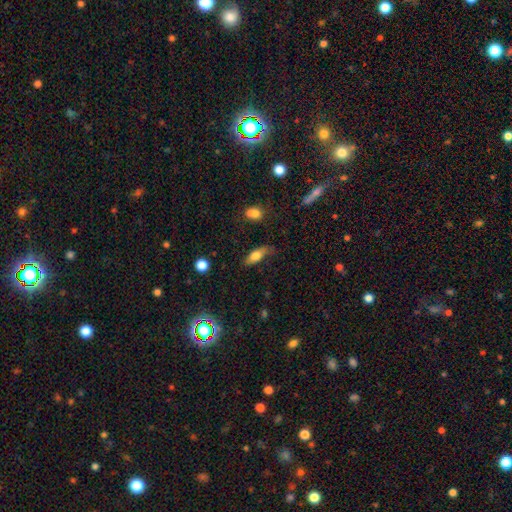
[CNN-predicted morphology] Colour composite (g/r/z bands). It shows a smooth galaxy with no disk features (68%) that is in between round and cigar-shaped (71%). Merging: none (57%).